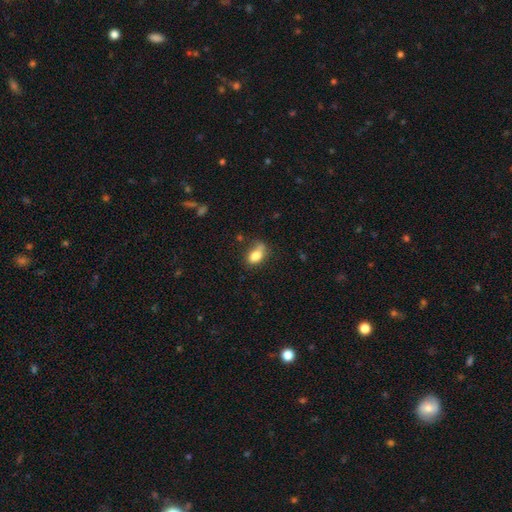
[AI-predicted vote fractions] A smooth galaxy with no disk features (80%) that is in between round and cigar-shaped (84%). Merging: none (48%).